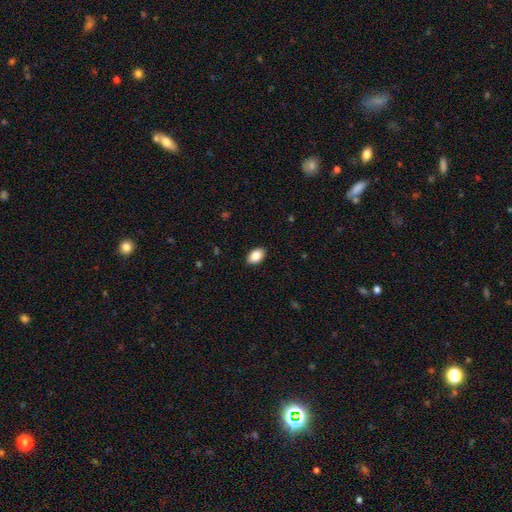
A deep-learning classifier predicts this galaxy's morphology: This is clearly a smooth galaxy (88%). How rounded: clearly in between (91%). Merging: clearly none (89%).